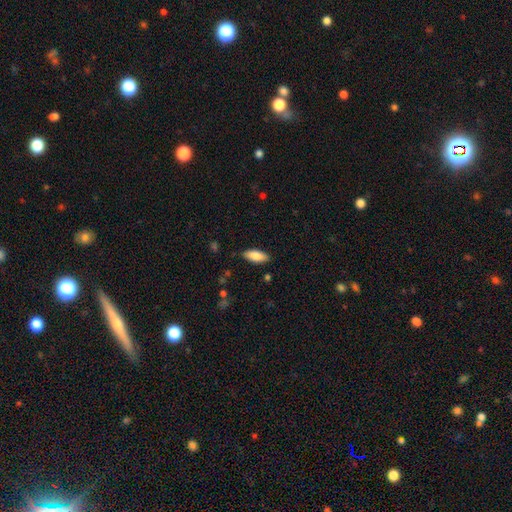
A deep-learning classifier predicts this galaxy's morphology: A smooth galaxy with no disk features (84%) that is in between round and cigar-shaped (81%).

Vote fractions:
- Smooth or featured? smooth: 84% / featured or disk: 10% / star or artifact: 6%
- How rounded? in between: 81% / cigar-shaped: 17% / round: 2%
- Merging? none: 87% / minor disturbance: 10% / major disturbance: 2% / merger: 1%